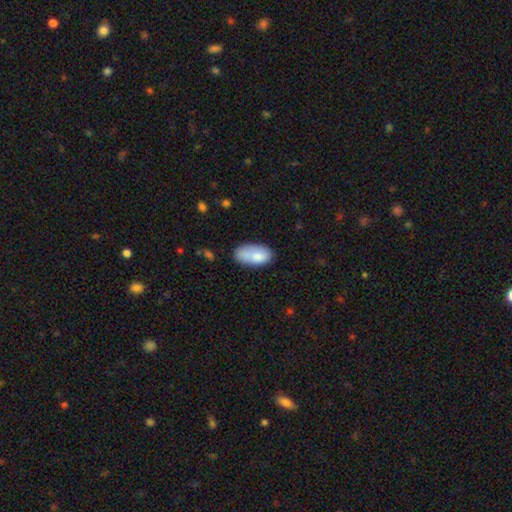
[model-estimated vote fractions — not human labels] smooth-or-featured: smooth: 81% | featured or disk: 12% | star or artifact: 7%
  how-rounded: in between: 93% | cigar-shaped: 4% | round: 3%
  merging: none: 57% | minor disturbance: 27% | merger: 8% | major disturbance: 8%